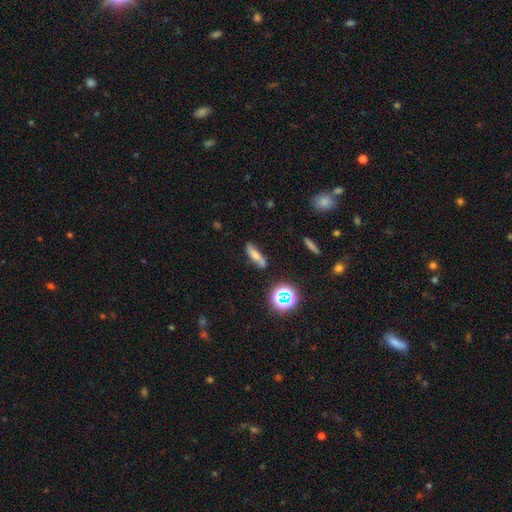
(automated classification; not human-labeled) A smooth galaxy with no disk features (62%) that is cigar-shaped (63%). Merging: none (73%).